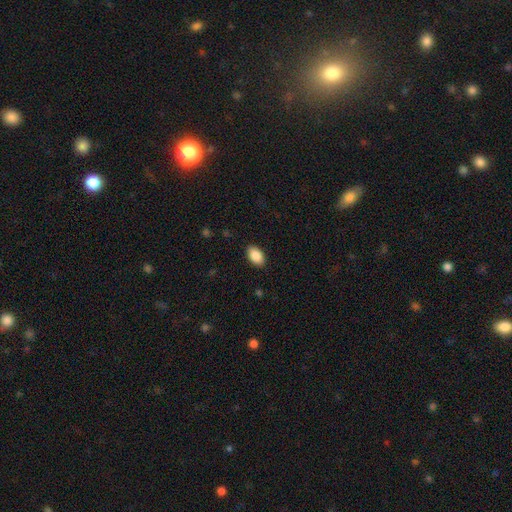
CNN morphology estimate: This is clearly a smooth galaxy (89%). How rounded: clearly in between (92%). Merging: clearly none (88%).